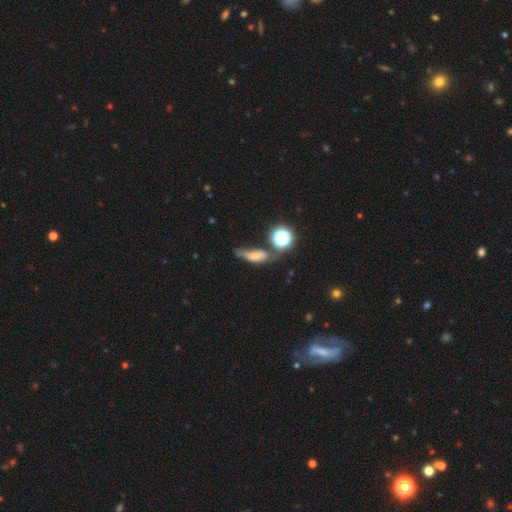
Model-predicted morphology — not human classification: This is possibly a smooth galaxy (56%). How rounded: possibly in between (52%). Merging: marginally none (43%).